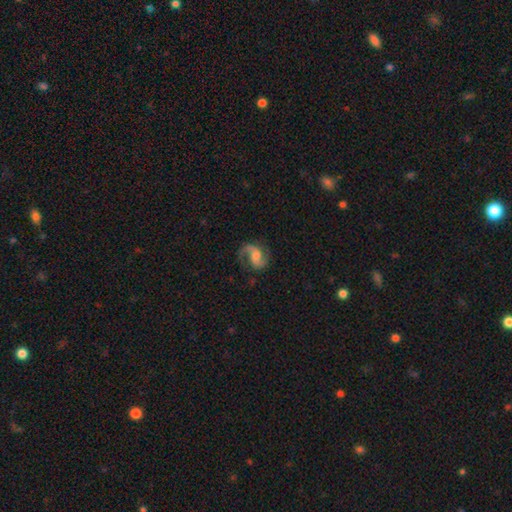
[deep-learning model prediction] A featured or disk galaxy (84%) with no bar (46%), 2 (88%) medium (51%) spiral arms (97%) and a moderate central bulge (45%).

Vote fractions:
- Smooth or featured? featured or disk: 84% / smooth: 10% / star or artifact: 6%
- Edge-on disk? no: 98% / yes: 2%
- Bar? no: 46% / weak: 41% / strong: 13%
- Spiral arms? yes: 97% / no: 3%
- Spiral winding? medium: 51% / loose: 37% / tight: 12%
- Spiral arm count? 2: 88% / 1: 7% / can't tell: 2% / 3: 1% / 4: 1% / more than 4: 1%
- Bulge size? moderate: 45% / small: 30% / none: 12% / large: 12% / dominant: 2%
- Merging? none: 72% / minor disturbance: 16% / major disturbance: 10% / merger: 2%